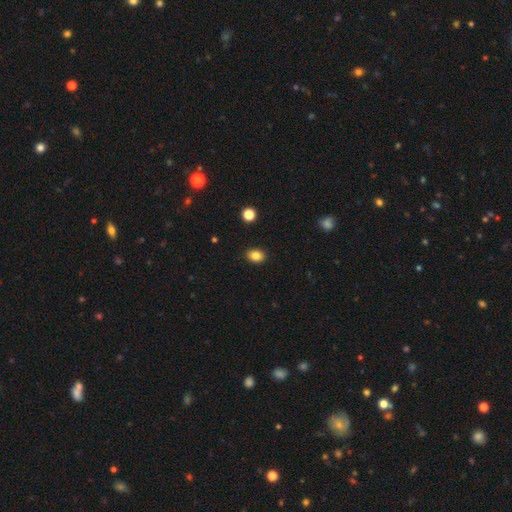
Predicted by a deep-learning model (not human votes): The model was most divided on "how rounded": in between: 67%, round: 32%, cigar-shaped: 1%. More confident: merging — none (90%); smooth or featured — smooth (85%).